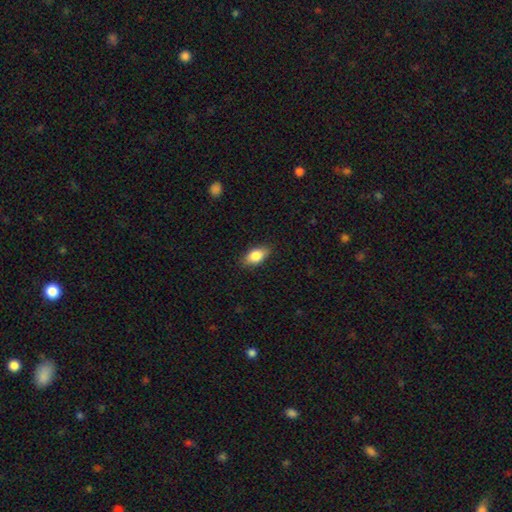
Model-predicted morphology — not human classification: This appears to be a smooth galaxy with no disk features (81%) that is in between round and cigar-shaped (88%). Merging: none (86%).